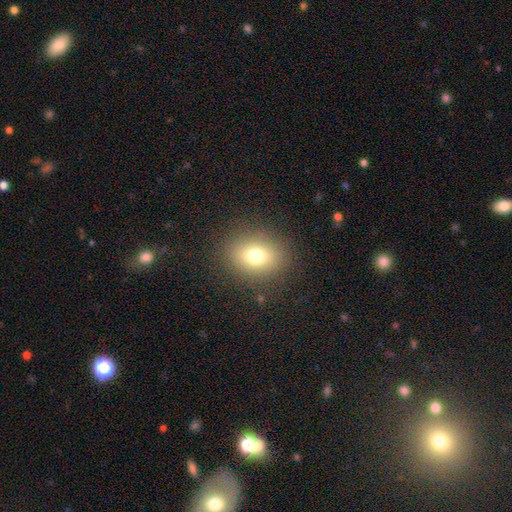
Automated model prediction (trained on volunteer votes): This is likely a smooth galaxy (74%). How rounded: possibly round (59%). Merging: clearly none (85%).